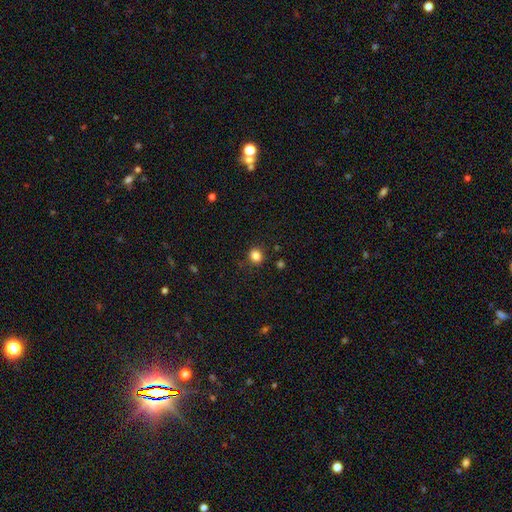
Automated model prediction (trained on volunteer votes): Smooth or featured: smooth — 84% (star or artifact — 12%)
How rounded: round — 82% (in between — 18%)
Merging: none — 86% (minor disturbance — 9%)